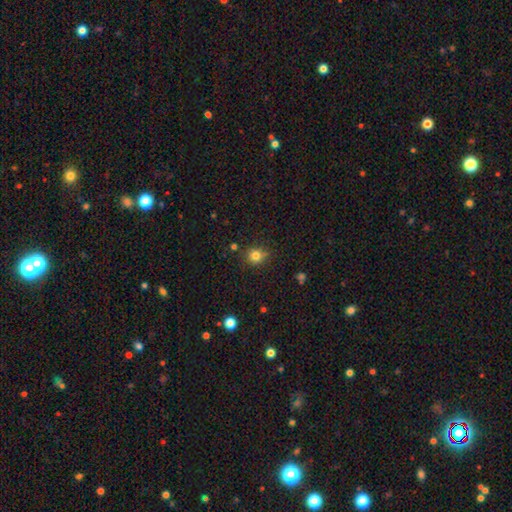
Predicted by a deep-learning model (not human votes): Smooth or featured?
  - smooth: 80% *
  - star or artifact: 14%
  - featured or disk: 6%
How rounded?
  - round: 86% *
  - in between: 13%
  - cigar-shaped: 1%
Merging?
  - none: 79% *
  - minor disturbance: 13%
  - merger: 5%
  - major disturbance: 3%